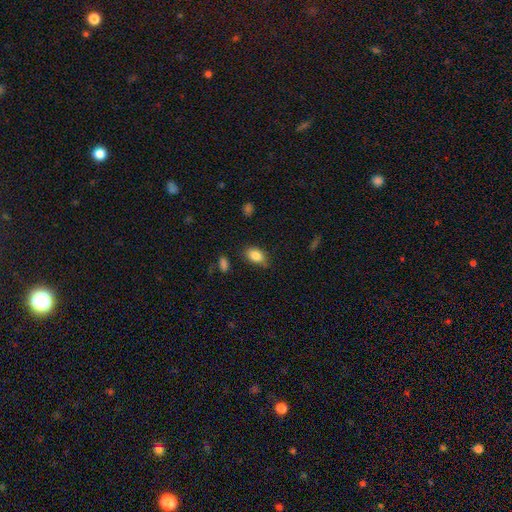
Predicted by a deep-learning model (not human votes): Morphology: type=smooth (86%); roundness=in between (87%); merging=none (78%).